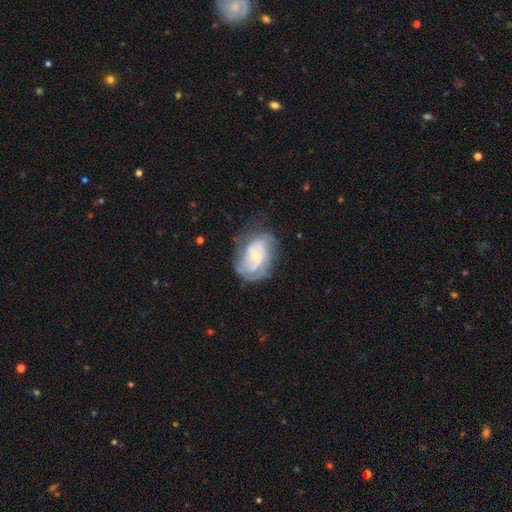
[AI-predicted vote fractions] Q: Smooth or featured?
A: featured or disk (75%); runner-up: smooth (17%)
Q: Edge-on disk?
A: no (97%); runner-up: yes (3%)
Q: Bar?
A: no (60%); runner-up: weak (33%)
Q: Spiral arms?
A: yes (86%); runner-up: no (14%)
Q: Spiral winding?
A: tight (49%); runner-up: medium (38%)
Q: Spiral arm count?
A: can't tell (39%); runner-up: 2 (32%)
Q: Bulge size?
A: small (70%); runner-up: moderate (24%)
Q: Merging?
A: none (56%); runner-up: minor disturbance (25%)